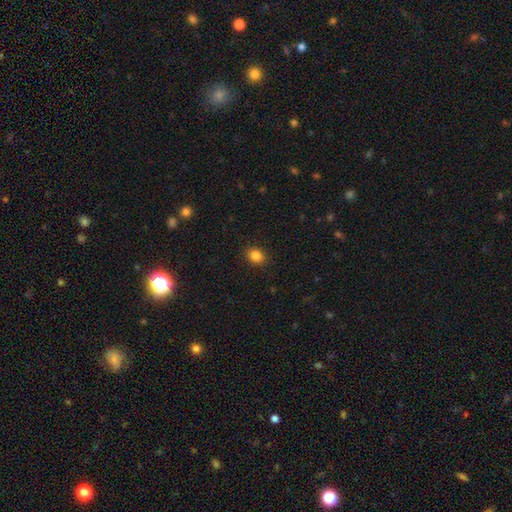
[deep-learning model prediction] This is clearly a smooth galaxy (85%). How rounded: possibly in between (51%). Merging: clearly none (90%).